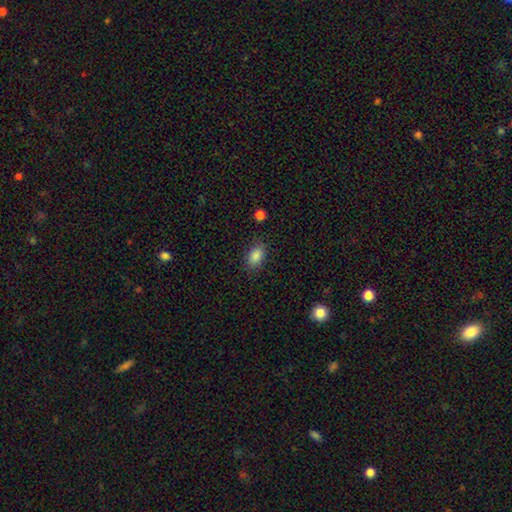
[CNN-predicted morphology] The model was most divided on "merging": none: 83%, minor disturbance: 12%, major disturbance: 3%, merger: 2%. More confident: smooth or featured — smooth (87%); how rounded — in between (86%).